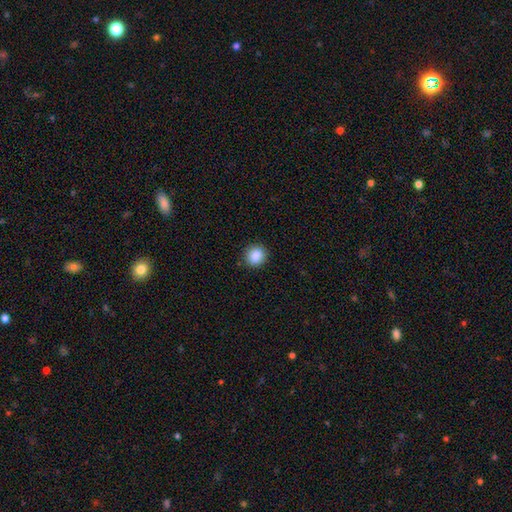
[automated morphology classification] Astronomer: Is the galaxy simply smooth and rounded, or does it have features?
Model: smooth — 87%.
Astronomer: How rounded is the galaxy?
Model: round — 84%.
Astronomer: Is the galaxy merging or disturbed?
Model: none — 90%.